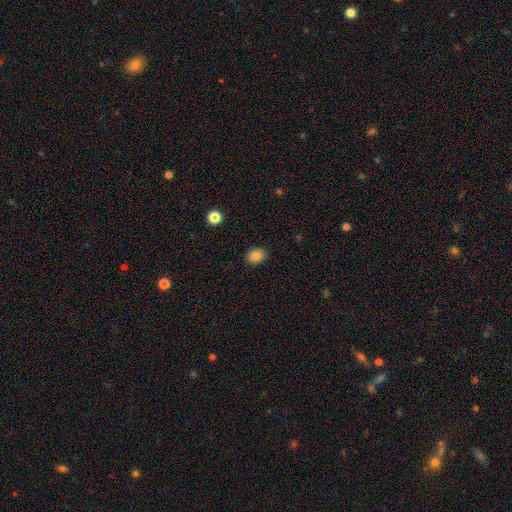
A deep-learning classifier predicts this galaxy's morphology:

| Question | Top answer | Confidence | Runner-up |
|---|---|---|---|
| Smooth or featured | smooth | 84% | star or artifact (10%) |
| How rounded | in between | 57% | round (42%) |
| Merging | none | 88% | minor disturbance (9%) |